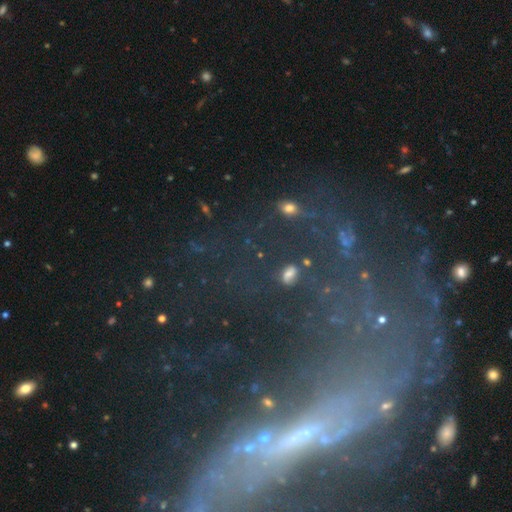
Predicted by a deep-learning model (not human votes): featured or disk 63%, star or artifact 24%, smooth 13%. Down the decision tree: edge-on disk — no (82%); bar — no (37%); spiral arms — yes (59%); bulge size — small (48%); merging — none (41%).